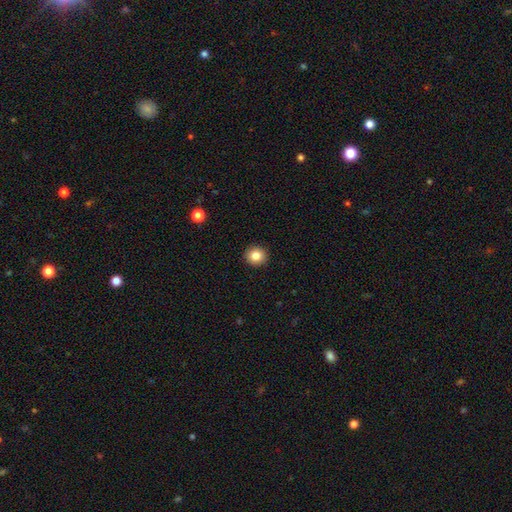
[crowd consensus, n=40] A smooth galaxy with no disk features (85%) that is round (85%). Merging: none (92%).